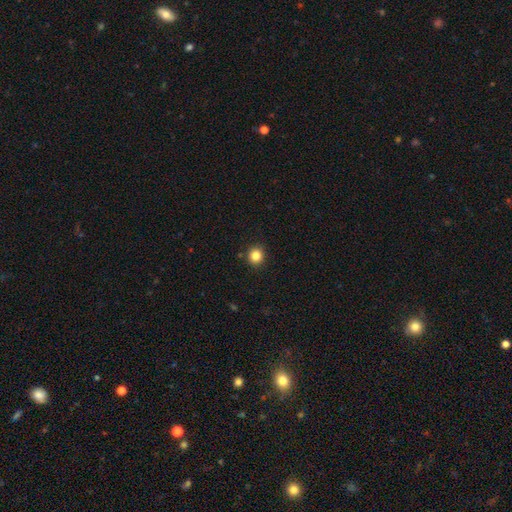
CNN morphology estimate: Smooth or featured: smooth — 84% (star or artifact — 12%)
How rounded: round — 90% (in between — 9%)
Merging: none — 90% (minor disturbance — 6%)